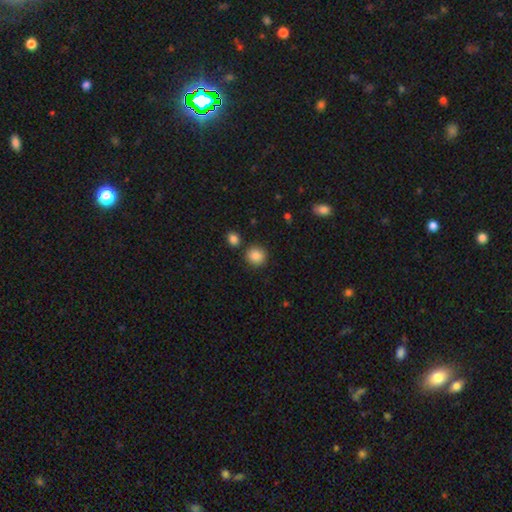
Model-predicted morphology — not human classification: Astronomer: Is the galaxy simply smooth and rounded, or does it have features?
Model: smooth — 86%.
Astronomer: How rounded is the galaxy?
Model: round — 88%.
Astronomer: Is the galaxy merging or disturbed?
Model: none — 84%.